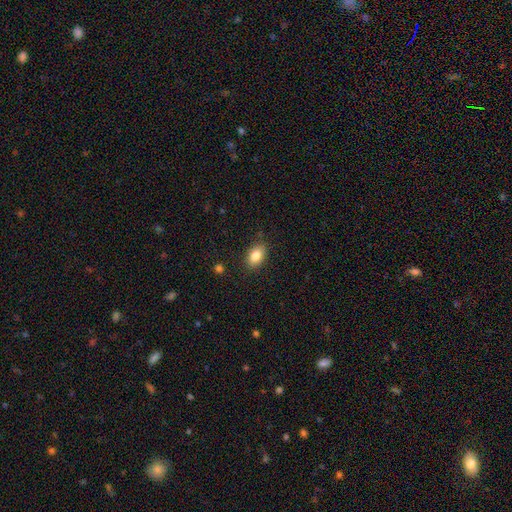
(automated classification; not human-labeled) smooth_or_featured: smooth (p=0.84) [alt: star or artifact p=0.08]
how_rounded: in between (p=0.86) [alt: round p=0.13]
merging: none (p=0.85) [alt: minor disturbance p=0.11]